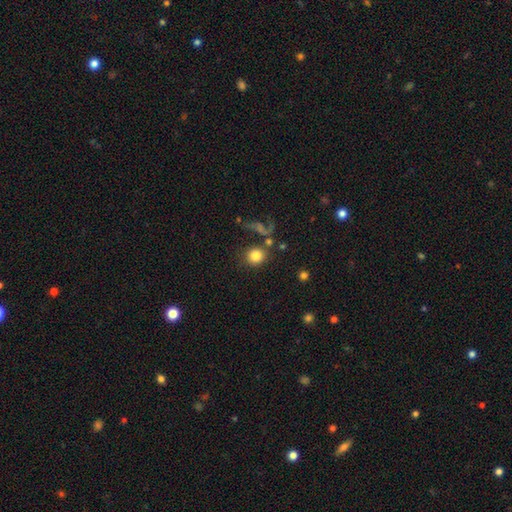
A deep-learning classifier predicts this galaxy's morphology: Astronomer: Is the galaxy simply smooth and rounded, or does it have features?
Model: smooth — 82%.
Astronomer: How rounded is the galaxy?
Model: round — 84%.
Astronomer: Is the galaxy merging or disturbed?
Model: none — 71%.